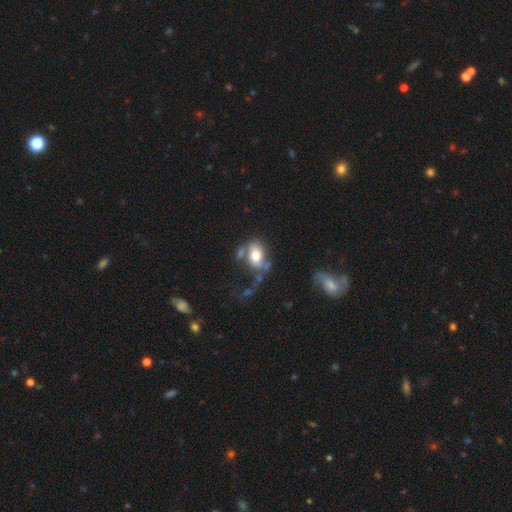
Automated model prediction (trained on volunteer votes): Q: Smooth or featured?
A: smooth (63%); runner-up: featured or disk (28%)
Q: How rounded?
A: in between (74%); runner-up: round (24%)
Q: Merging?
A: none (34%); runner-up: merger (23%)